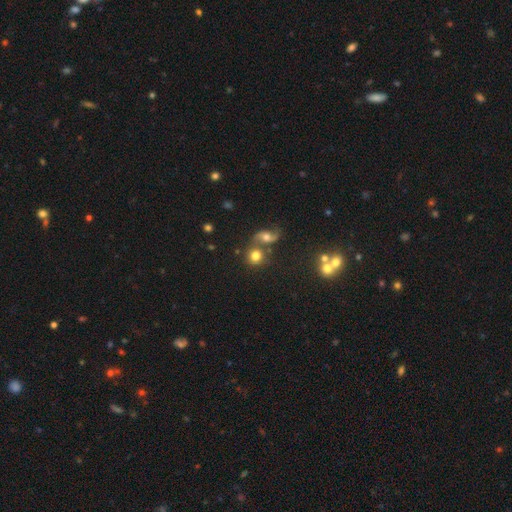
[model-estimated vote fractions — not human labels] Smooth or featured?
  - smooth: 70% *
  - featured or disk: 18%
  - star or artifact: 12%
How rounded?
  - round: 83% *
  - in between: 15%
  - cigar-shaped: 2%
Merging?
  - none: 56% *
  - merger: 28%
  - minor disturbance: 10%
  - major disturbance: 5%